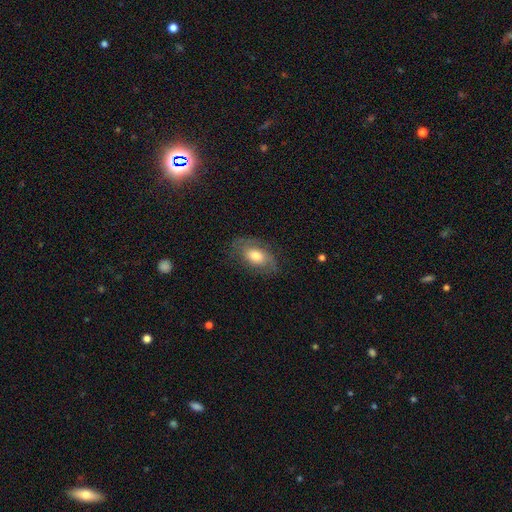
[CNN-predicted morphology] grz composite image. It shows a smooth galaxy with no disk features (48%). Merging: none (69%).